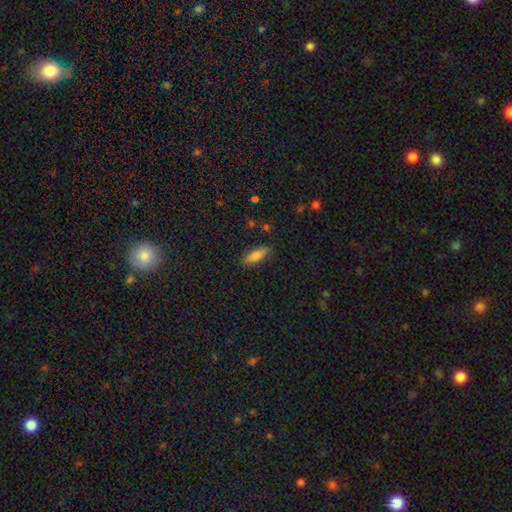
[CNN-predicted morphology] Q: Smooth or featured?
A: smooth (76%); runner-up: featured or disk (16%)
Q: How rounded?
A: in between (64%); runner-up: cigar-shaped (33%)
Q: Merging?
A: none (86%); runner-up: minor disturbance (10%)